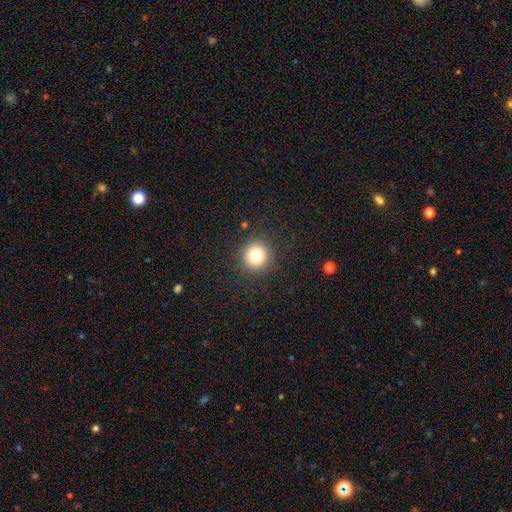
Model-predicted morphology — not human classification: A smooth galaxy with no disk features (80%) that is round (95%). Merging: none (91%).